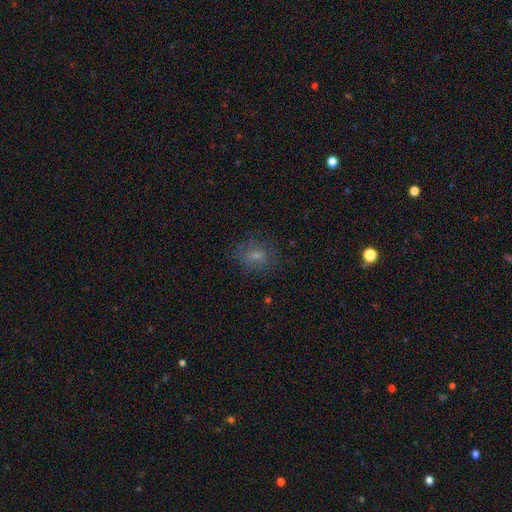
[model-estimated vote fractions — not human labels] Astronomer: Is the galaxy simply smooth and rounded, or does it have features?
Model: smooth — 61%.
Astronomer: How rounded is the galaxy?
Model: round — 53% (runner-up: in between, 45%).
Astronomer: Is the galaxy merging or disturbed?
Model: none — 71%.